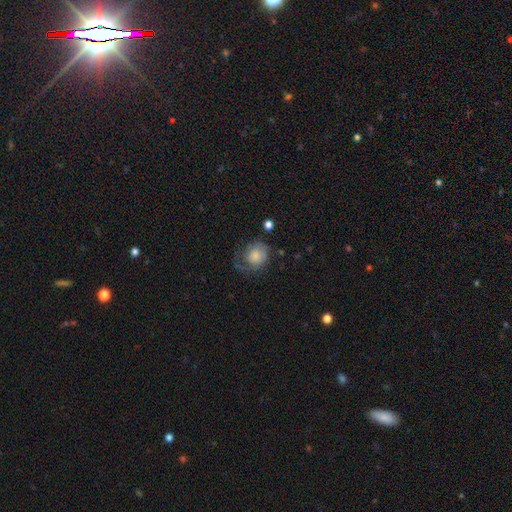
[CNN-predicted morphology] Smooth or featured? smooth (62%)
How rounded? round (73%)
Merging? none (41%)